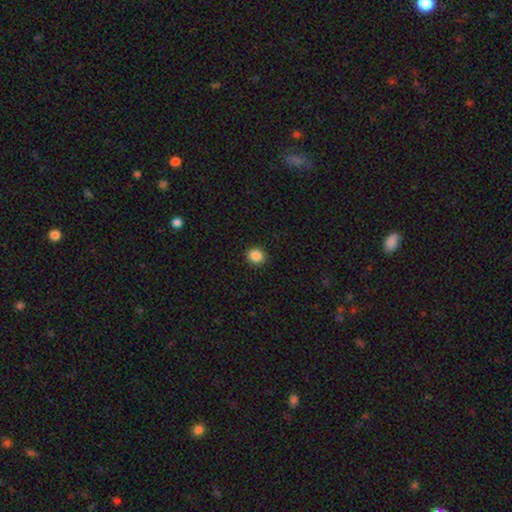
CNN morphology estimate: Smooth or featured?
  - smooth: 88% *
  - star or artifact: 10%
  - featured or disk: 3%
How rounded?
  - round: 78% *
  - in between: 21%
  - cigar-shaped: 1%
Merging?
  - none: 92% *
  - minor disturbance: 6%
  - major disturbance: 2%
  - merger: 1%